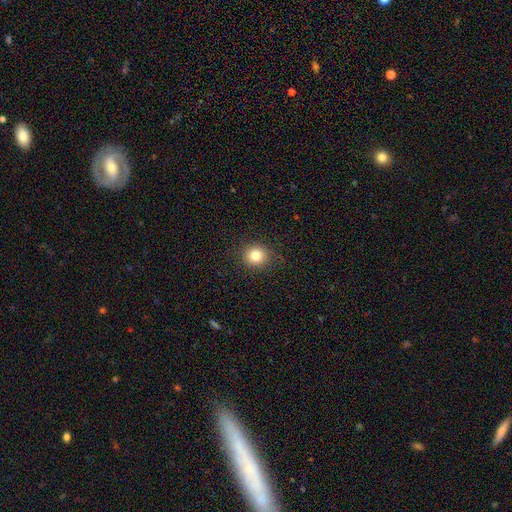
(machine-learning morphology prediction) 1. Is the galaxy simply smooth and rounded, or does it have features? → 81% smooth, 12% star or artifact, 7% featured or disk.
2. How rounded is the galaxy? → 86% round, 14% in between, 1% cigar-shaped.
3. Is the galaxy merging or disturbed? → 88% none, 8% minor disturbance, 2% major disturbance, 1% merger.